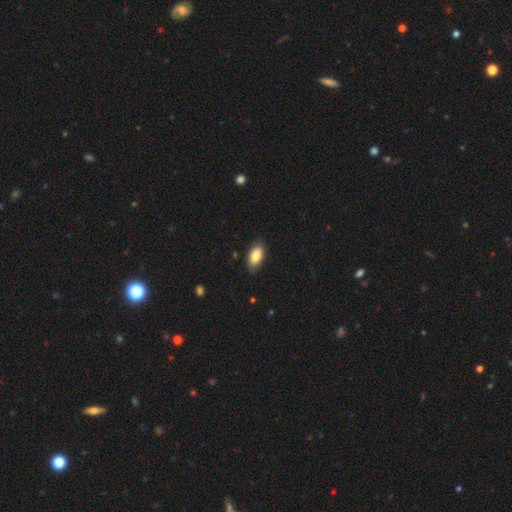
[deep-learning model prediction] This is clearly a smooth galaxy (85%). How rounded: clearly in between (92%). Merging: clearly none (83%).